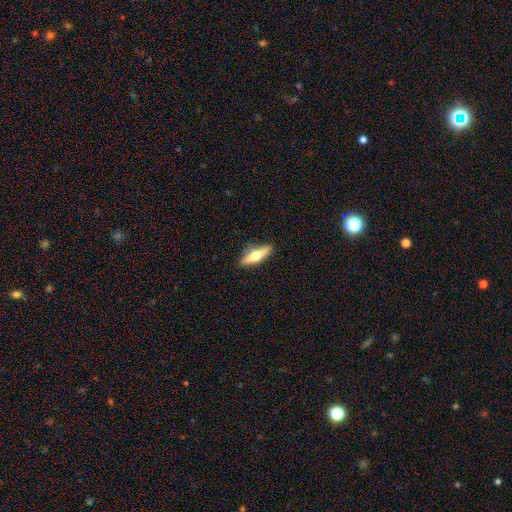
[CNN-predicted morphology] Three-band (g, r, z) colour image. It shows a smooth galaxy with no disk features (48%). Merging: none (87%).